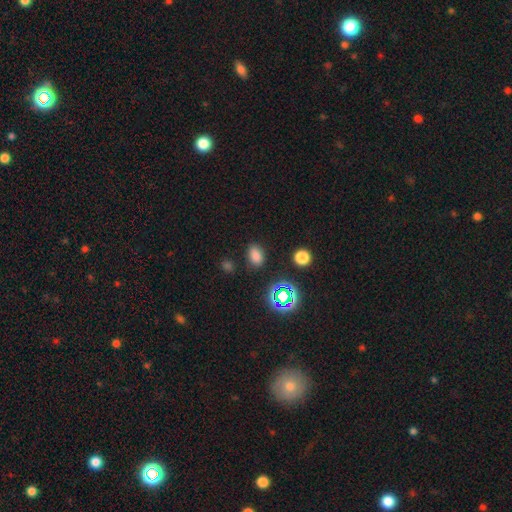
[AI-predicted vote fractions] A smooth galaxy with no disk features (74%) that is in between round and cigar-shaped (81%).

Vote fractions:
- Smooth or featured? smooth: 74% / star or artifact: 20% / featured or disk: 5%
- How rounded? in between: 81% / round: 18% / cigar-shaped: 1%
- Merging? none: 83% / minor disturbance: 11% / major disturbance: 3% / merger: 3%